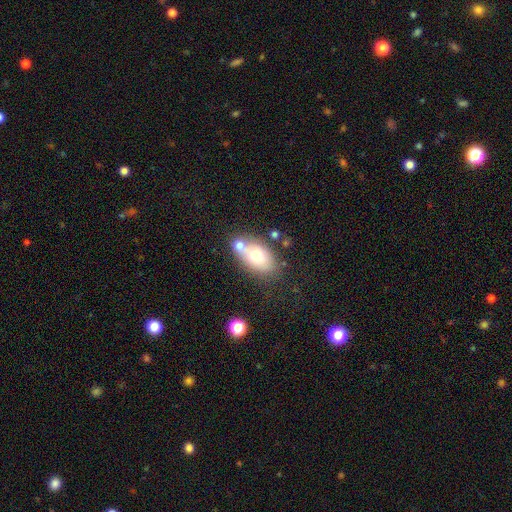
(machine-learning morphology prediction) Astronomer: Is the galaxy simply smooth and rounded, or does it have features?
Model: smooth — 67%.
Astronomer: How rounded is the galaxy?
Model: in between — 87%.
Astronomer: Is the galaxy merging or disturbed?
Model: none — 53%.